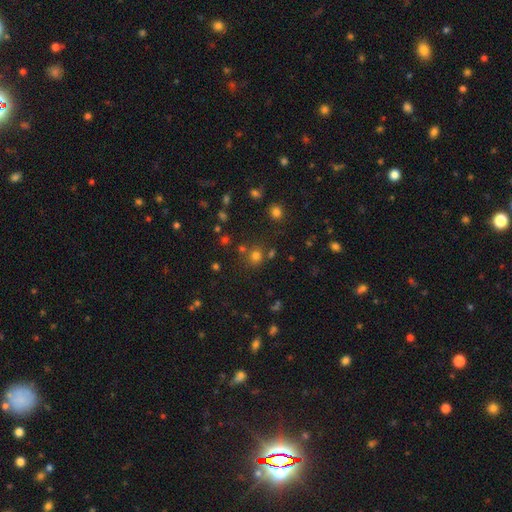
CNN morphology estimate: Smooth or featured: smooth — 71% (star or artifact — 22%)
How rounded: round — 86% (in between — 13%)
Merging: none — 73% (merger — 13%)